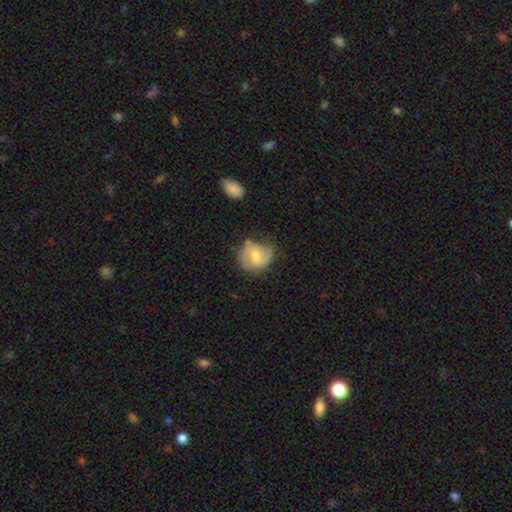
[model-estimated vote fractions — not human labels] A smooth galaxy with no disk features (50%).

Vote fractions:
- Smooth or featured? smooth: 50% / featured or disk: 43% / star or artifact: 7%
- Merging? none: 50% / minor disturbance: 33% / major disturbance: 13% / merger: 4%